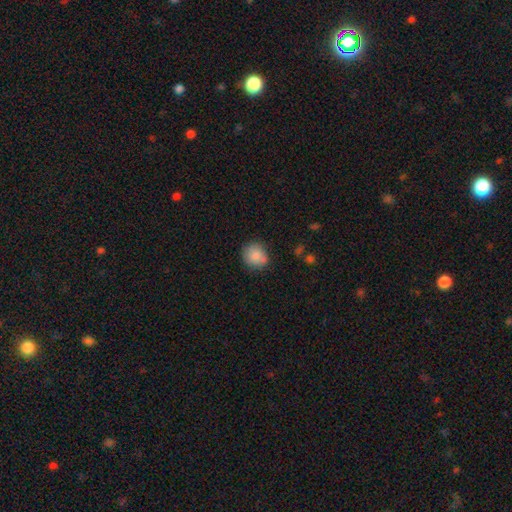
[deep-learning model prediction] This is clearly a smooth galaxy (85%). How rounded: clearly round (82%). Merging: likely none (75%).